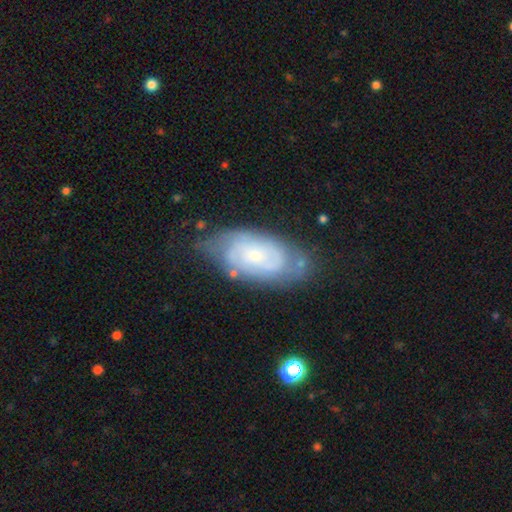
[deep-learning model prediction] Smooth or featured? Predicted: featured or disk (p=0.74). Edge-on disk? Predicted: no (p=0.95). Bar? Predicted: no (p=0.68). Spiral arms? Predicted: yes (p=0.88). Spiral winding? Predicted: tight (p=0.63). Spiral arm count? Predicted: 2 (p=0.41). Bulge size? Predicted: small (p=0.69). Merging? Predicted: none (p=0.63).